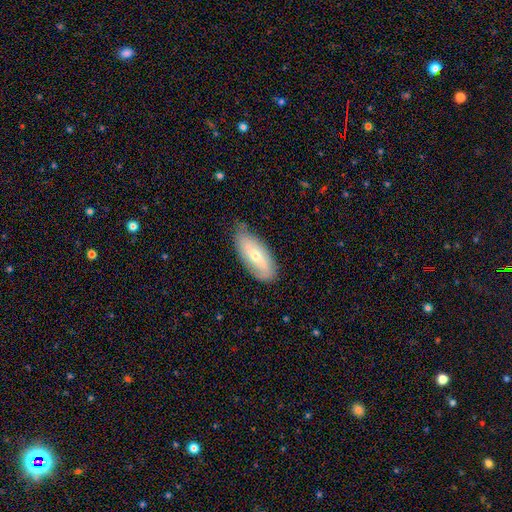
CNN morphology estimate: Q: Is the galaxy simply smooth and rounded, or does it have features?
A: smooth — 47%, tied with featured or disk.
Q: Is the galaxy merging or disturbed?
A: none — 72%.